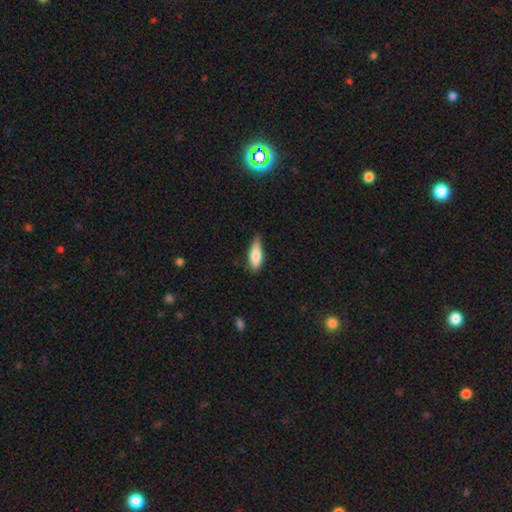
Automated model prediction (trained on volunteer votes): Smooth or featured?
  - smooth: 75% *
  - featured or disk: 19%
  - star or artifact: 6%
How rounded?
  - in between: 61% *
  - cigar-shaped: 37%
  - round: 2%
Merging?
  - none: 68% *
  - minor disturbance: 26%
  - major disturbance: 4%
  - merger: 2%